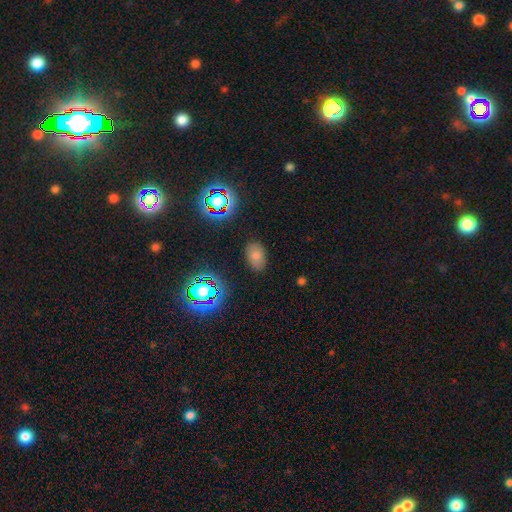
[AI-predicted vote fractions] smooth-or-featured: smooth: 71% | star or artifact: 19% | featured or disk: 10%
  how-rounded: in between: 88% | round: 11% | cigar-shaped: 1%
  merging: none: 84% | minor disturbance: 11% | major disturbance: 3% | merger: 2%